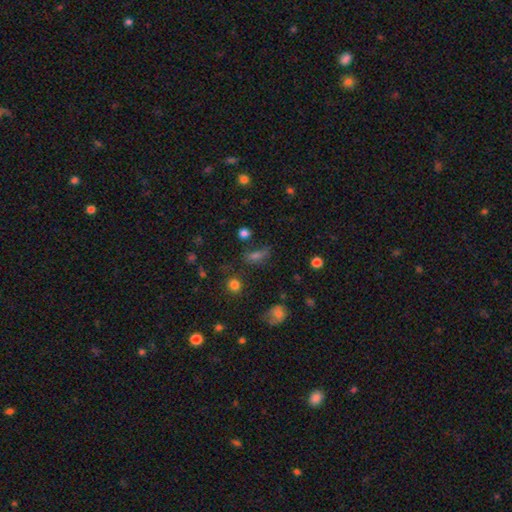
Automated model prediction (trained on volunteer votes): Smooth or featured? Predicted: smooth (p=0.55). How rounded? Predicted: in between (p=0.66). Merging? Predicted: none (p=0.53).